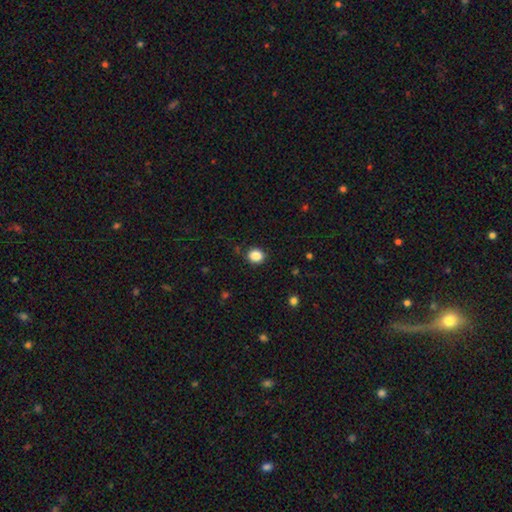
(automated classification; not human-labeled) smooth 87%, star or artifact 10%, featured or disk 3%. Down the decision tree: how rounded — round (74%); merging — none (88%).